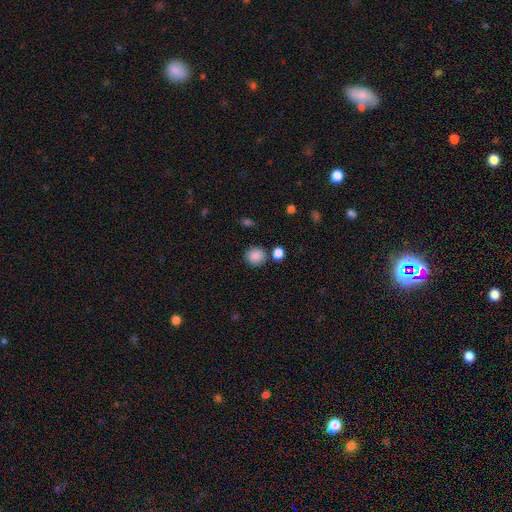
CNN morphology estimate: Smooth or featured? smooth (87%)
How rounded? round (87%)
Merging? none (80%)